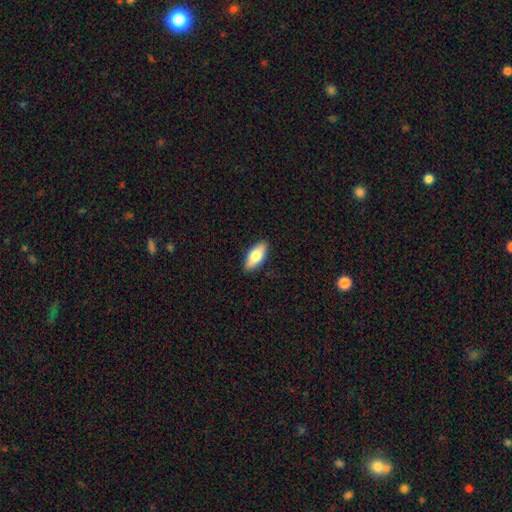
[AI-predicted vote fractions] Smooth or featured?
  - smooth: 74% *
  - featured or disk: 20%
  - star or artifact: 6%
How rounded?
  - in between: 83% *
  - cigar-shaped: 15%
  - round: 3%
Merging?
  - none: 90% *
  - minor disturbance: 8%
  - major disturbance: 2%
  - merger: 1%